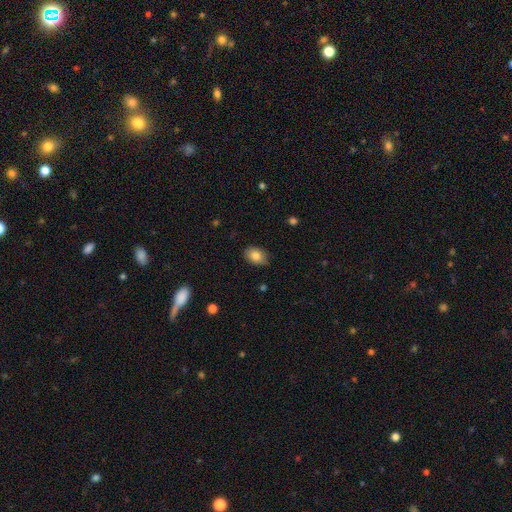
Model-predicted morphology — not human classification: The model was most divided on "how rounded": in between: 81%, round: 18%, cigar-shaped: 1%. More confident: smooth or featured — smooth (84%); merging — none (83%).